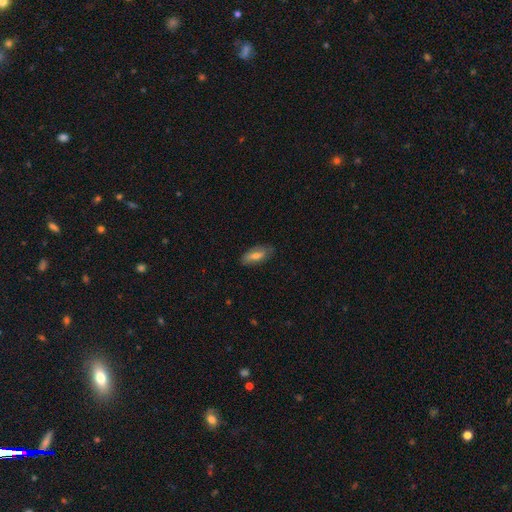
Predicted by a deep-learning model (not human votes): This is likely a smooth galaxy (60%). How rounded: clearly in between (82%). Merging: likely none (80%).